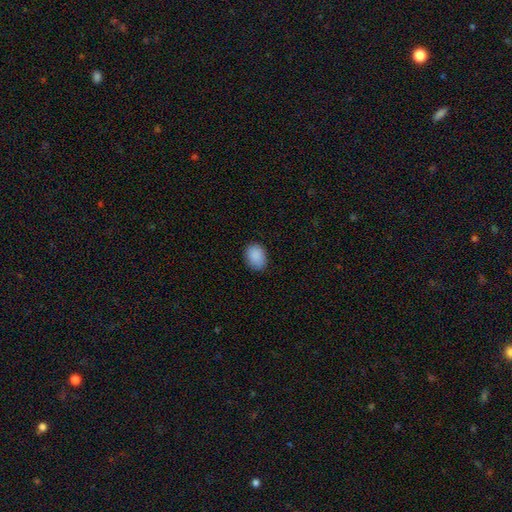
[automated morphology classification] smooth-or-featured: smooth: 89% | star or artifact: 7% | featured or disk: 3%
  how-rounded: in between: 68% | round: 31% | cigar-shaped: 1%
  merging: none: 82% | minor disturbance: 14% | major disturbance: 3% | merger: 1%